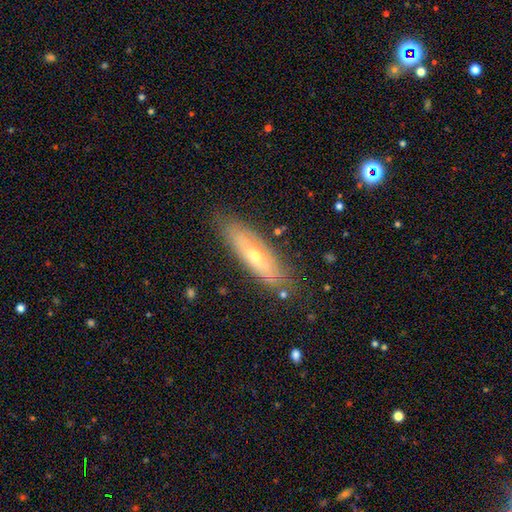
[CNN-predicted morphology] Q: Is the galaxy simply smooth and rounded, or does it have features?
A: featured or disk — 52%.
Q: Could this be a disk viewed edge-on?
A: no — 58%.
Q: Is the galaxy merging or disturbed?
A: none — 79%.